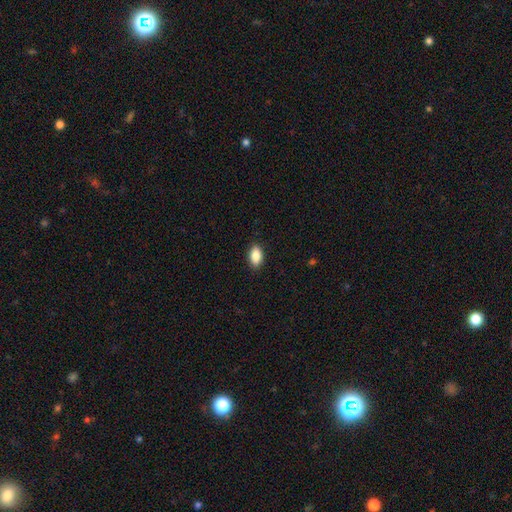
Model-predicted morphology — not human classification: Smooth or featured?
  - smooth: 87% *
  - star or artifact: 7%
  - featured or disk: 6%
How rounded?
  - in between: 91% *
  - round: 5%
  - cigar-shaped: 4%
Merging?
  - none: 89% *
  - minor disturbance: 8%
  - major disturbance: 2%
  - merger: 1%